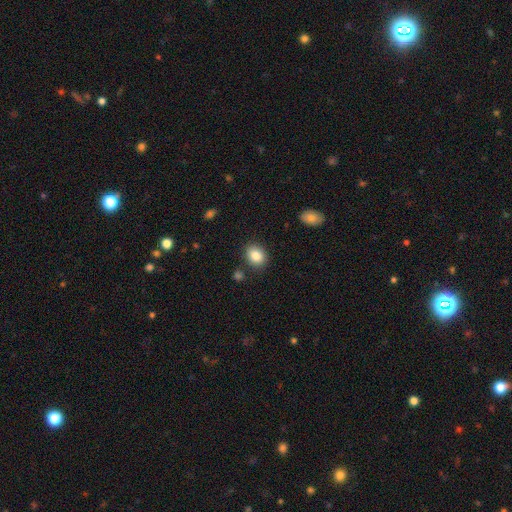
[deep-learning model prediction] Overall: smooth (85%). How rounded: in between (52%; round 48%). Merging: none (85%).